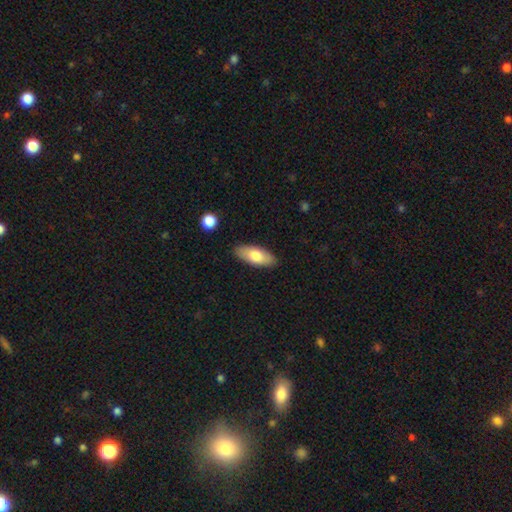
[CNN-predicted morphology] Q: Smooth or featured?
A: smooth (73%); runner-up: featured or disk (21%)
Q: How rounded?
A: in between (83%); runner-up: cigar-shaped (14%)
Q: Merging?
A: none (87%); runner-up: minor disturbance (10%)